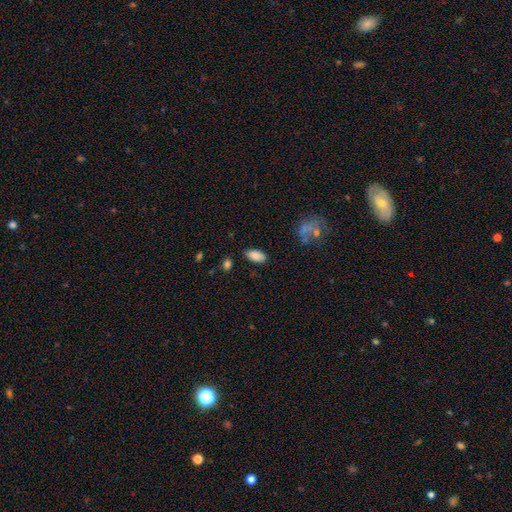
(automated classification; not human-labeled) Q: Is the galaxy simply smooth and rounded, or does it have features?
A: smooth — 86%.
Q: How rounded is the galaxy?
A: in between — 93%.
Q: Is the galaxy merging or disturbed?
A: none — 81%.